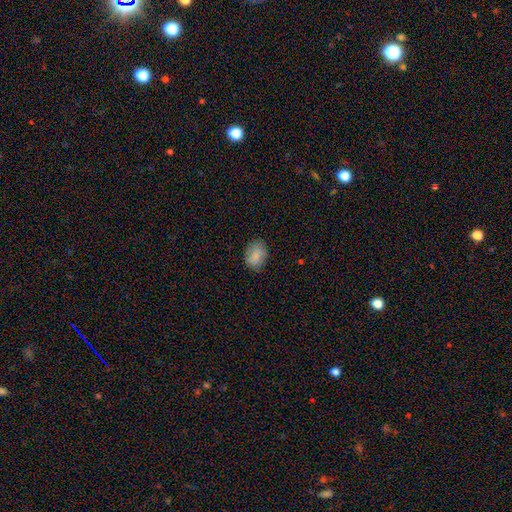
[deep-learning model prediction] A smooth galaxy with no disk features (86%) that is in between round and cigar-shaped (75%).

Vote fractions:
- Smooth or featured? smooth: 86% / star or artifact: 8% / featured or disk: 6%
- How rounded? in between: 75% / round: 24% / cigar-shaped: 1%
- Merging? none: 80% / minor disturbance: 15% / major disturbance: 4% / merger: 1%